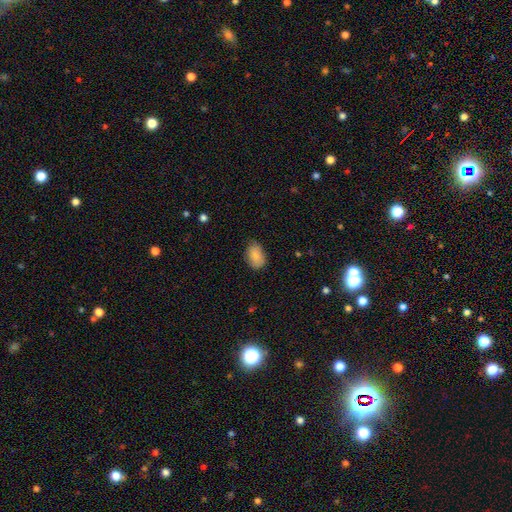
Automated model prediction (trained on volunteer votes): Smooth or featured: smooth — 84% (featured or disk — 9%)
How rounded: in between — 86% (round — 12%)
Merging: none — 76% (minor disturbance — 20%)